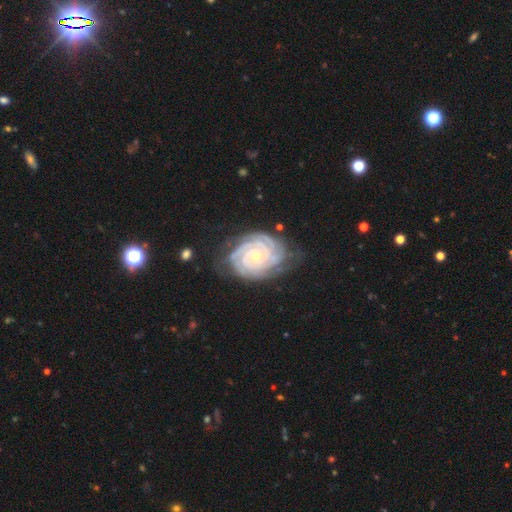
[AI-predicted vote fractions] Q: Smooth or featured?
A: featured or disk (91%); runner-up: star or artifact (5%)
Q: Edge-on disk?
A: no (98%); runner-up: yes (2%)
Q: Bar?
A: no (75%); runner-up: weak (18%)
Q: Spiral arms?
A: yes (98%); runner-up: no (2%)
Q: Spiral winding?
A: tight (86%); runner-up: medium (12%)
Q: Spiral arm count?
A: 4 (28%); runner-up: 3 (22%)
Q: Bulge size?
A: small (70%); runner-up: moderate (28%)
Q: Merging?
A: none (73%); runner-up: minor disturbance (19%)